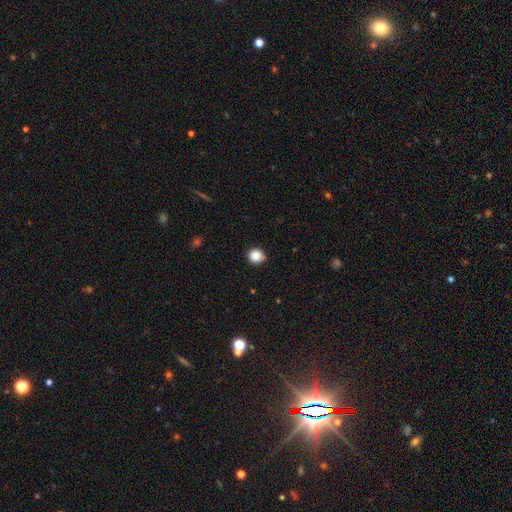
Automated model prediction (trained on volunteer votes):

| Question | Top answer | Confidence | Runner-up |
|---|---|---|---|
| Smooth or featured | smooth | 87% | star or artifact (10%) |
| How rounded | round | 90% | in between (9%) |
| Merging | none | 88% | minor disturbance (9%) |